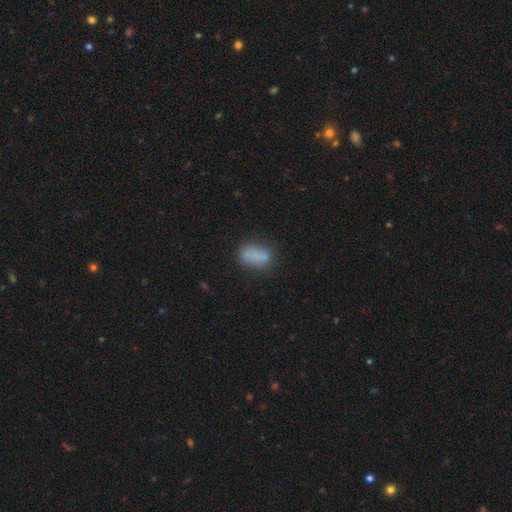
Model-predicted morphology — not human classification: A smooth galaxy with no disk features (71%) that is in between round and cigar-shaped (80%).

Vote fractions:
- Smooth or featured? smooth: 71% / featured or disk: 18% / star or artifact: 11%
- How rounded? in between: 80% / cigar-shaped: 10% / round: 9%
- Merging? none: 56% / minor disturbance: 20% / merger: 16% / major disturbance: 8%